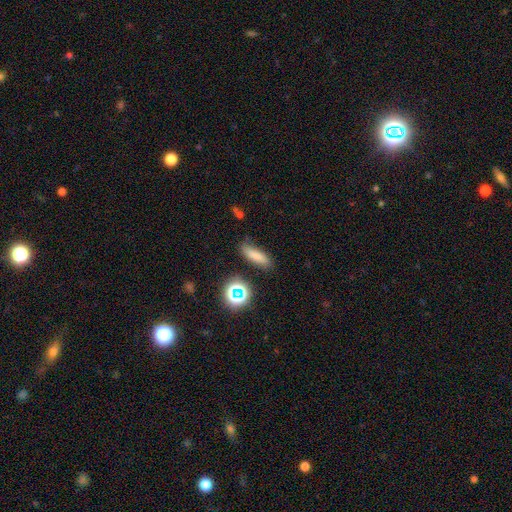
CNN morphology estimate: Smooth or featured? Predicted: smooth (p=0.75). How rounded? Predicted: cigar-shaped (p=0.53). Merging? Predicted: none (p=0.79).